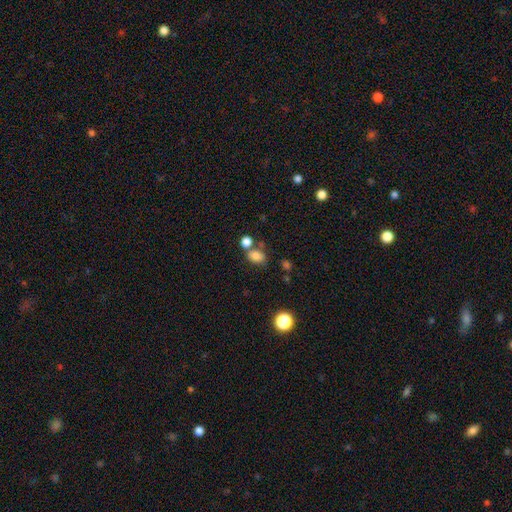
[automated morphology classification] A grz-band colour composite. It shows a smooth galaxy with no disk features (79%) that is in between round and cigar-shaped (71%). Merging: none (55%).